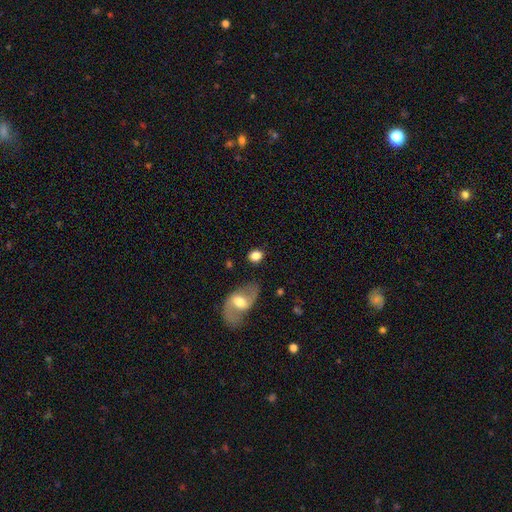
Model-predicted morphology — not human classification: smooth 79%, featured or disk 13%, star or artifact 8%. Down the decision tree: how rounded — in between (52%); merging — none (76%).